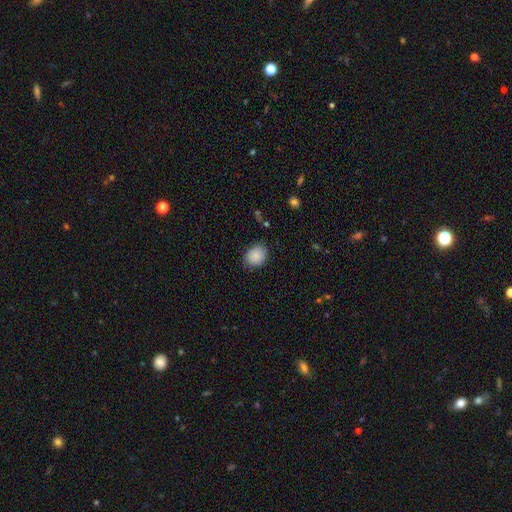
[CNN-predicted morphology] type=smooth (88%); roundness=in between (51%); merging=none (79%).